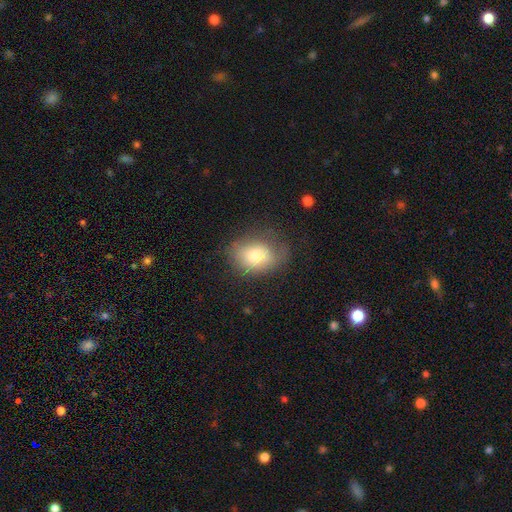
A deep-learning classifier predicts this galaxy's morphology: smooth-or-featured: smooth: 73% | featured or disk: 17% | star or artifact: 10%
  how-rounded: in between: 61% | round: 38% | cigar-shaped: 1%
  merging: none: 62% | minor disturbance: 26% | major disturbance: 10% | merger: 2%